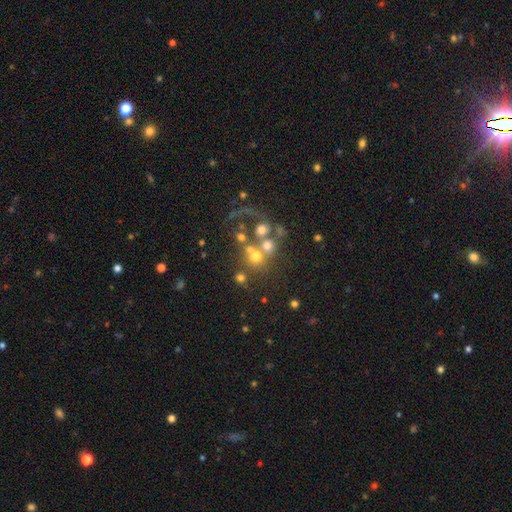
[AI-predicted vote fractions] The model was most divided on "merging": none: 41%, merger: 37%, major disturbance: 13%, minor disturbance: 8%. Remaining: smooth or featured — smooth (48%).